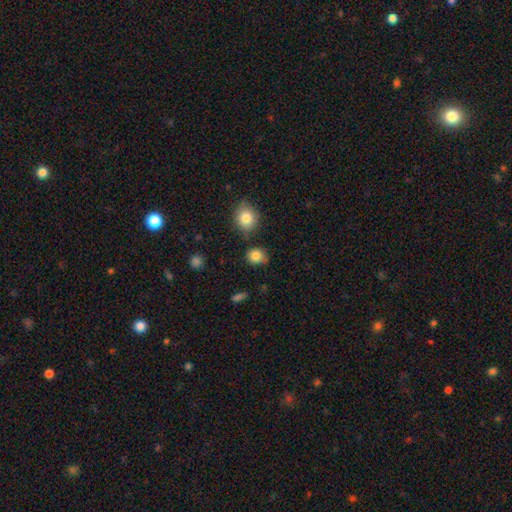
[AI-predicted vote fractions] This appears to be a smooth galaxy with no disk features (84%) that is round (70%). Merging: none (73%).